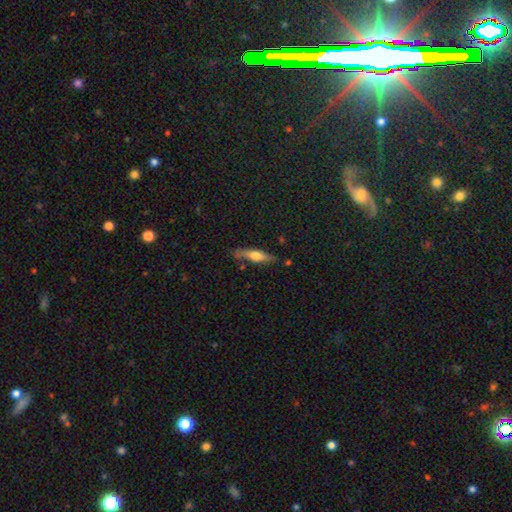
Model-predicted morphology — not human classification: Smooth or featured?
  - featured or disk: 48% *
  - smooth: 46%
  - star or artifact: 7%
Merging?
  - none: 76% *
  - minor disturbance: 17%
  - merger: 4%
  - major disturbance: 4%